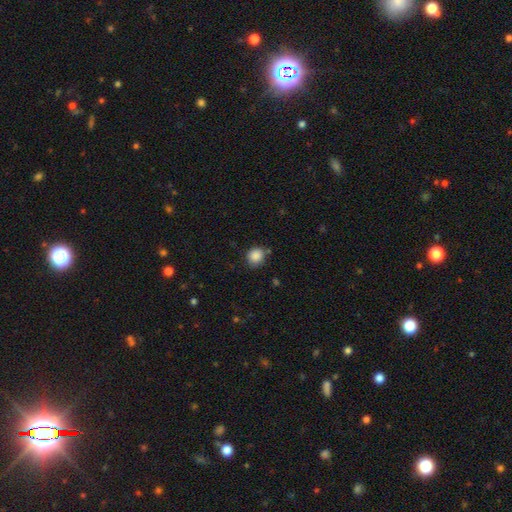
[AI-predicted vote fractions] A smooth galaxy with no disk features (87%) that is round (84%).

Vote fractions:
- Smooth or featured? smooth: 87% / star or artifact: 9% / featured or disk: 3%
- How rounded? round: 84% / in between: 15% / cigar-shaped: 1%
- Merging? none: 78% / minor disturbance: 15% / merger: 4% / major disturbance: 3%